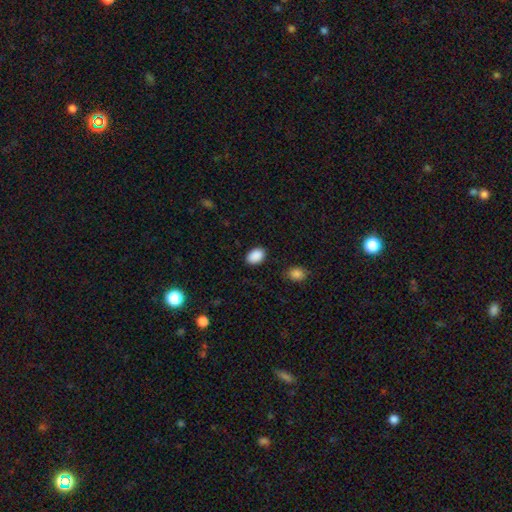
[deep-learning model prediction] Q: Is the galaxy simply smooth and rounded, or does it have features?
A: smooth — 90%.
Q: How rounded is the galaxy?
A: in between — 83%.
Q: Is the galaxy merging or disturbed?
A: none — 87%.